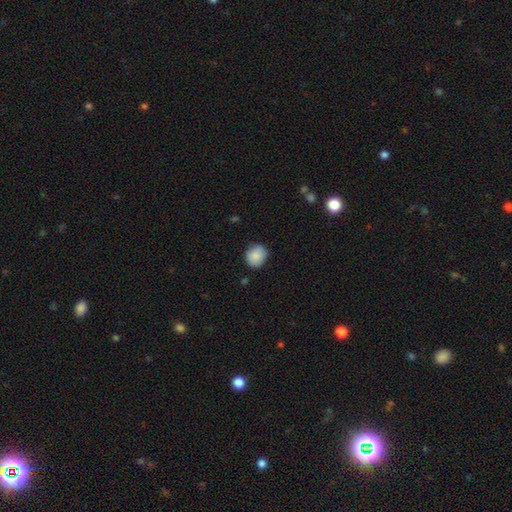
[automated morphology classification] Smooth or featured?
  - smooth: 87% *
  - star or artifact: 7%
  - featured or disk: 5%
How rounded?
  - round: 79% *
  - in between: 20%
  - cigar-shaped: 1%
Merging?
  - none: 83% *
  - minor disturbance: 14%
  - major disturbance: 2%
  - merger: 1%